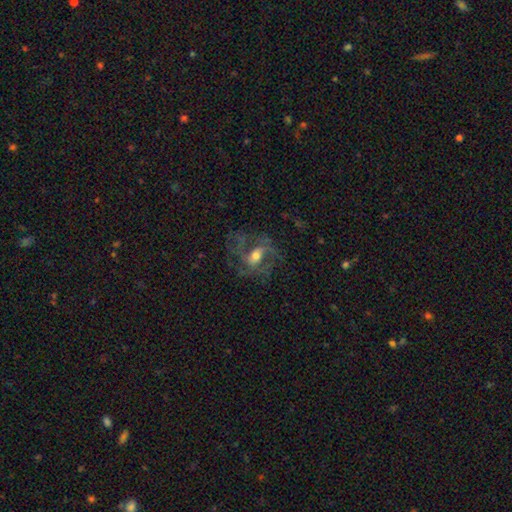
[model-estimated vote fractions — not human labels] smooth_or_featured: featured or disk (p=0.73) [alt: smooth p=0.16]
disk_edge_on: no (p=0.96) [alt: yes p=0.04]
bar: no (p=0.45) [alt: weak p=0.41]
has_spiral_arms: yes (p=0.82) [alt: no p=0.18]
spiral_winding: medium (p=0.47) [alt: loose p=0.34]
spiral_arm_count: 2 (p=0.32) [alt: can't tell p=0.29]
bulge_size: moderate (p=0.59) [alt: small p=0.29]
merging: none (p=0.56) [alt: major disturbance p=0.25]